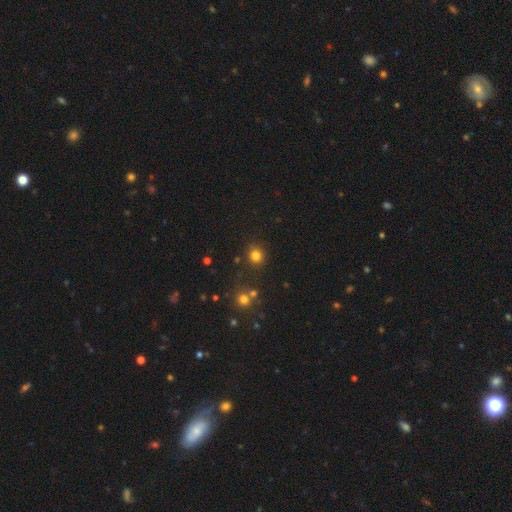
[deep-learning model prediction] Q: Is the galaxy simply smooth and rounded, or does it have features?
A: smooth — 79%.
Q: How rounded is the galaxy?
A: round — 89%.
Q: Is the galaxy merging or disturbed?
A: none — 84%.